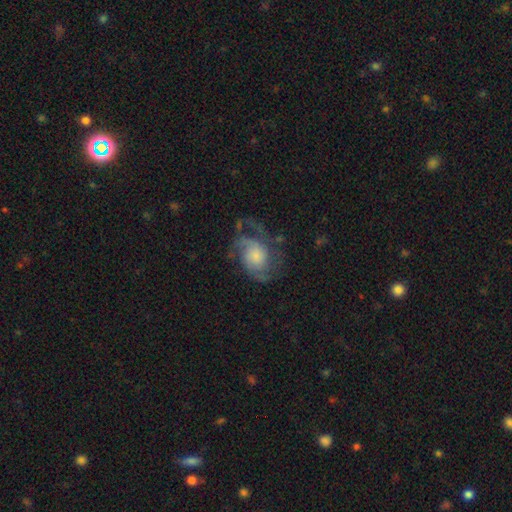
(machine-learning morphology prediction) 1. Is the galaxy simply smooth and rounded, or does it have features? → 75% featured or disk, 18% smooth, 7% star or artifact.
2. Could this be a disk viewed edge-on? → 98% no, 2% yes.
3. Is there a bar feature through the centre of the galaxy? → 75% no, 21% weak, 3% strong.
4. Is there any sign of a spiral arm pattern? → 92% yes, 8% no.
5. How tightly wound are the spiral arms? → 46% medium, 30% loose, 24% tight.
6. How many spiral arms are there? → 48% 2, 19% 3, 16% can't tell, 7% 1, 5% 4, 5% more than 4.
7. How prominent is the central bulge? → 30% small, 27% moderate, 25% large, 12% none, 5% dominant.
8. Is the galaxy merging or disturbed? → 51% none, 27% major disturbance, 21% minor disturbance, 2% merger.